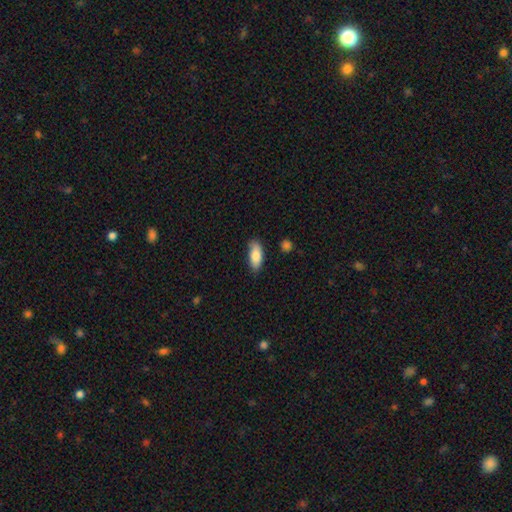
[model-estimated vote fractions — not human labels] A smooth galaxy with no disk features (84%) that is in between round and cigar-shaped (82%). Merging: none (76%).